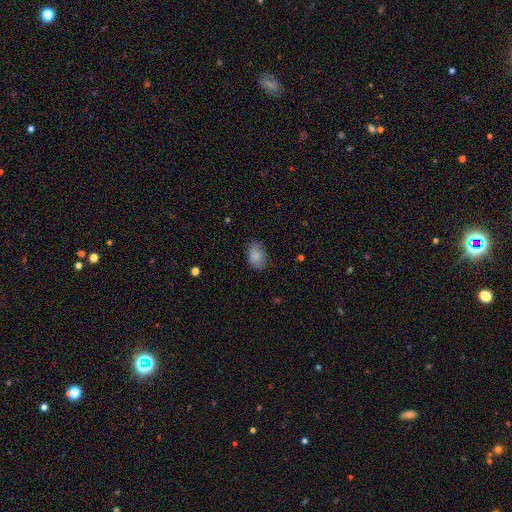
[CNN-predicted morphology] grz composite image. It shows a smooth galaxy with no disk features (83%) that is in between round and cigar-shaped (82%). Merging: none (68%).